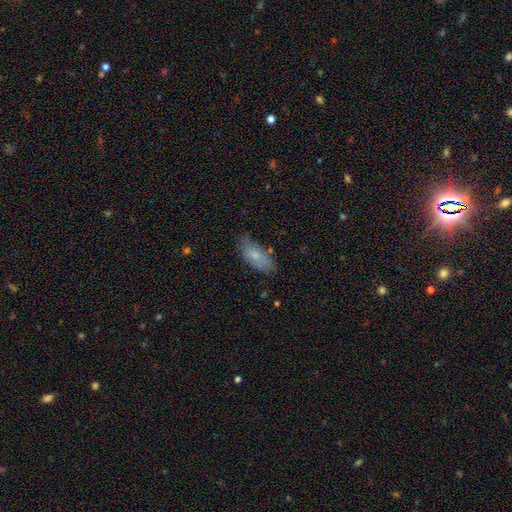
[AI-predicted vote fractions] The model was most divided on "merging": none: 65%, minor disturbance: 26%, major disturbance: 6%, merger: 3%. More confident: how rounded — in between (85%); smooth or featured — smooth (75%).